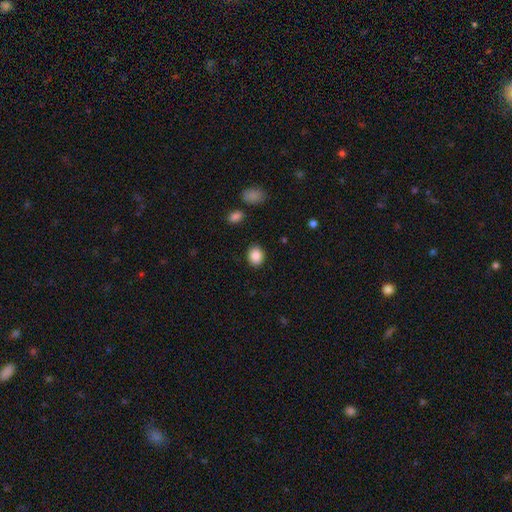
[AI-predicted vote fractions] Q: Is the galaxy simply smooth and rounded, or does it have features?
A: smooth — 88%.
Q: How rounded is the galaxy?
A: round — 61%.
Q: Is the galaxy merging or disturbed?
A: none — 88%.